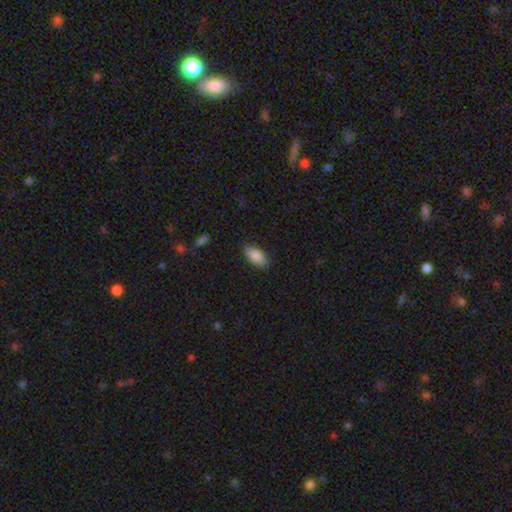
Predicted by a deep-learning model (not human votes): Q: Smooth or featured?
A: smooth (89%); runner-up: star or artifact (7%)
Q: How rounded?
A: in between (92%); runner-up: cigar-shaped (5%)
Q: Merging?
A: none (86%); runner-up: minor disturbance (11%)